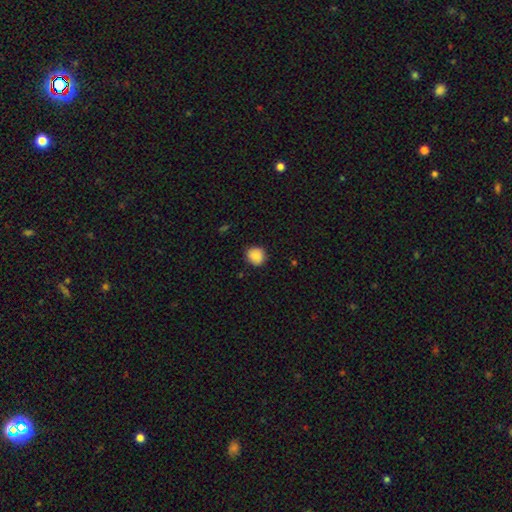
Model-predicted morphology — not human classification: smooth 87%, star or artifact 8%, featured or disk 4%. Down the decision tree: how rounded — round (86%); merging — none (87%).